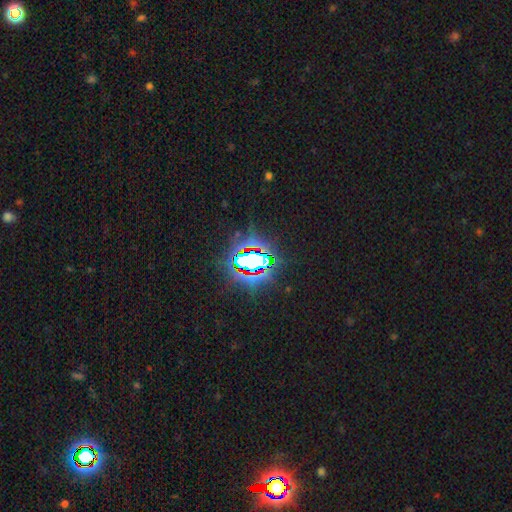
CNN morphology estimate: type=star or artifact (82%).